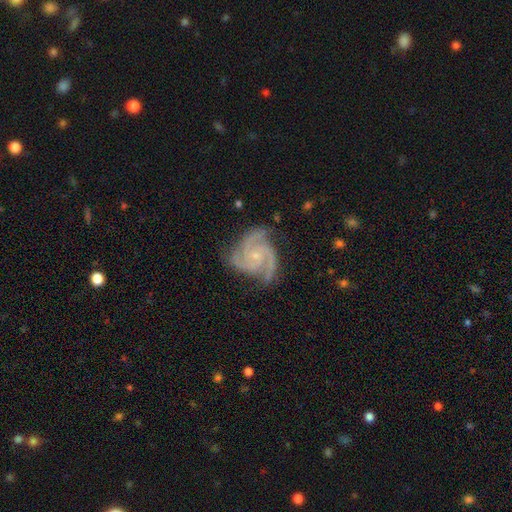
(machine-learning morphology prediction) Smooth or featured? featured or disk (93%)
Edge-on disk? no (98%)
Bar? no (73%)
Spiral arms? yes (99%)
Spiral winding? tight (53%)
Spiral arm count? 3 (76%)
Bulge size? small (77%)
Merging? none (74%)